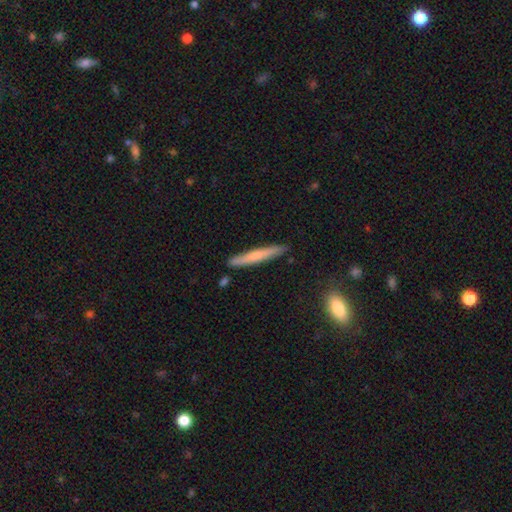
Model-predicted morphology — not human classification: Smooth or featured? smooth (62%)
How rounded? cigar-shaped (95%)
Merging? none (87%)